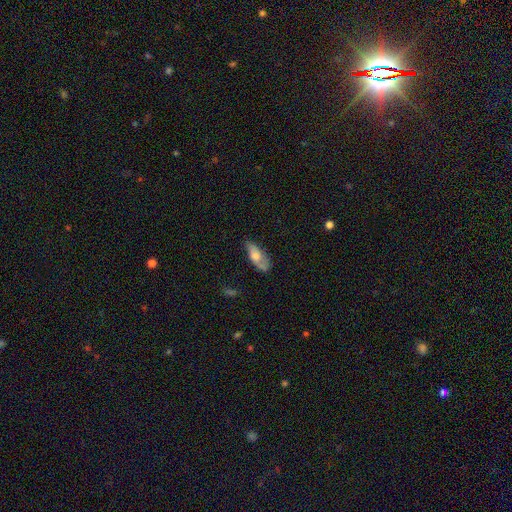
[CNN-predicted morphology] smooth_or_featured: smooth (p=0.59) [alt: featured or disk p=0.35]
how_rounded: in between (p=0.75) [alt: cigar-shaped p=0.22]
merging: none (p=0.61) [alt: minor disturbance p=0.27]